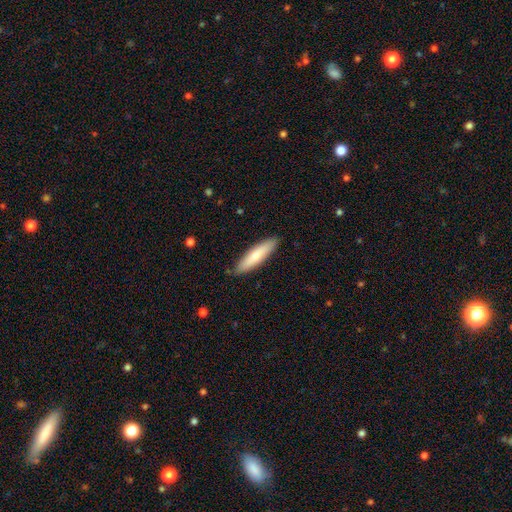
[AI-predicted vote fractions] This appears to be a smooth galaxy with no disk features (73%) that is cigar-shaped (76%). Merging: none (85%).